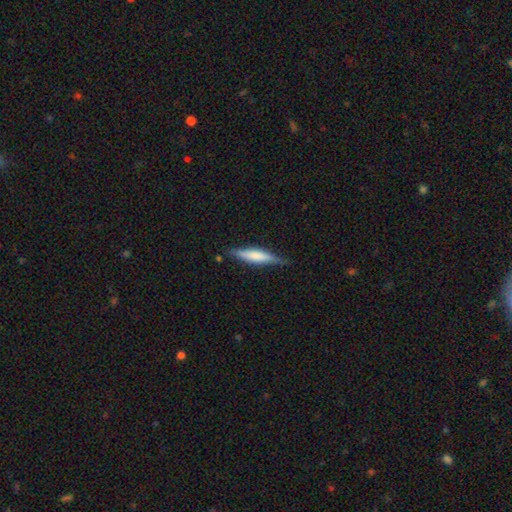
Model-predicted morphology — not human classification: Q: Smooth or featured?
A: smooth (58%); runner-up: featured or disk (37%)
Q: How rounded?
A: cigar-shaped (83%); runner-up: in between (15%)
Q: Merging?
A: none (80%); runner-up: minor disturbance (15%)